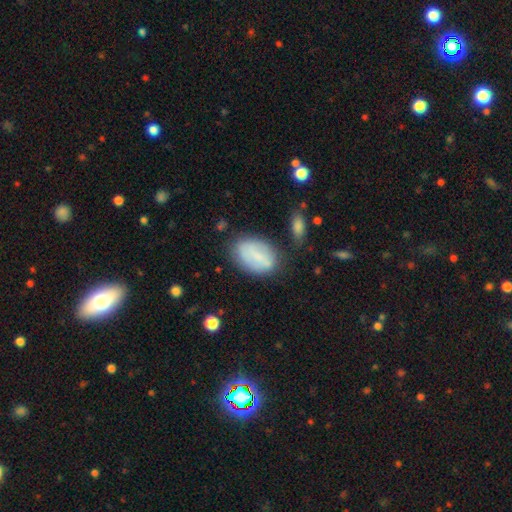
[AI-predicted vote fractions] smooth_or_featured: smooth (p=0.65) [alt: featured or disk p=0.28]
how_rounded: in between (p=0.88) [alt: round p=0.11]
merging: none (p=0.69) [alt: minor disturbance p=0.20]